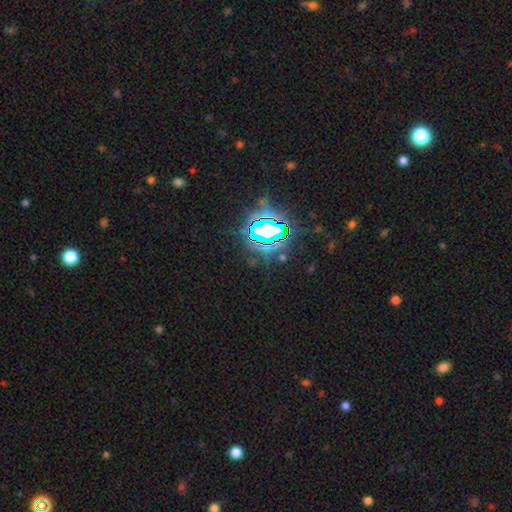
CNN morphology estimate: The model was most divided on "smooth or featured": star or artifact: 81%, smooth: 11%, featured or disk: 8%.